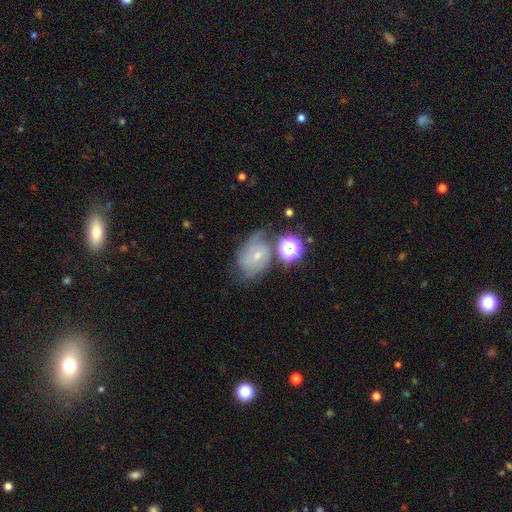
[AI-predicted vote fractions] The model was most divided on "spiral winding" (2-way tie): medium: 41%, tight: 41%, loose: 18%. Remaining: edge-on disk — no (96%); spiral arms — yes (88%); bulge size — small (63%); smooth or featured — featured or disk (60%); bar — no (52%); merging — none (46%); spiral arm count — 2 (44%).